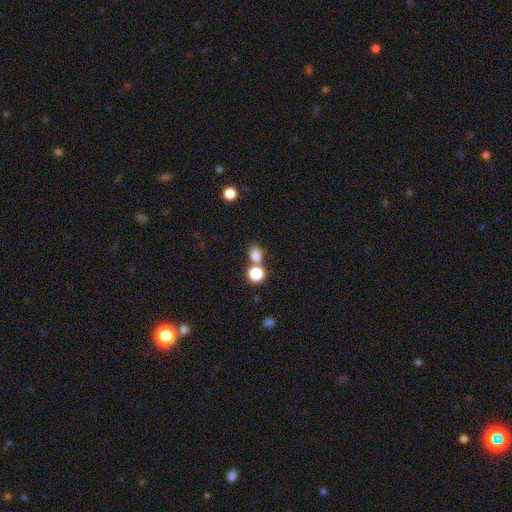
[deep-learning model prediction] Smooth or featured: smooth — 80% (star or artifact — 13%)
How rounded: in between — 54% (round — 45%)
Merging: none — 49% (merger — 37%)